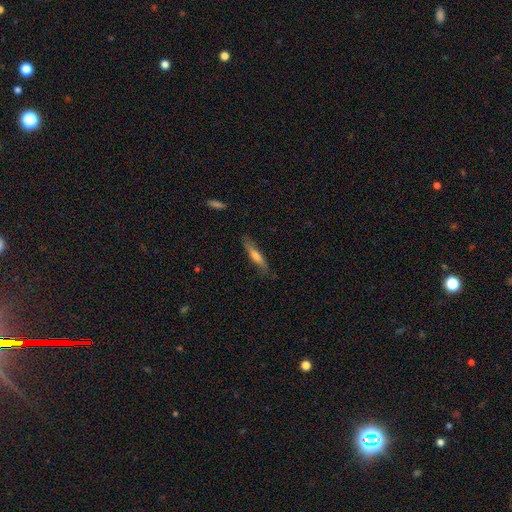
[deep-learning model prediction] The model was most divided on "smooth or featured": smooth: 55%, featured or disk: 37%, star or artifact: 7%. More confident: how rounded — cigar-shaped (86%); merging — none (80%).